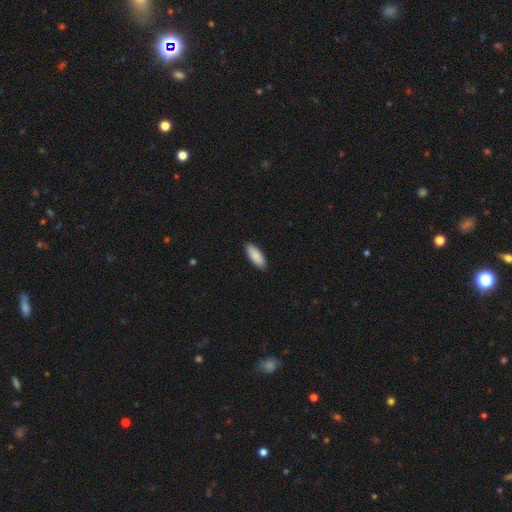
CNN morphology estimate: Smooth or featured? Predicted: smooth (p=0.89). How rounded? Predicted: in between (p=0.74). Merging? Predicted: none (p=0.89).